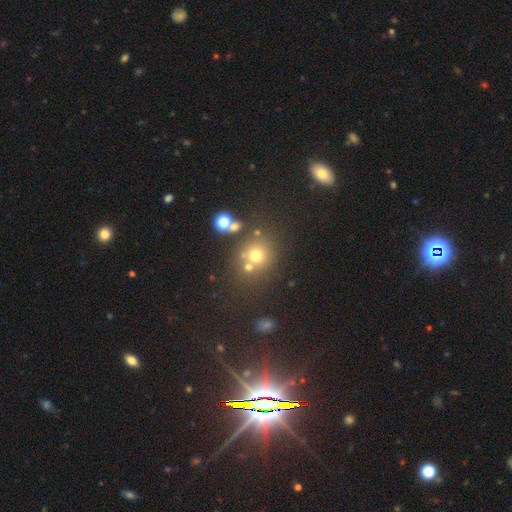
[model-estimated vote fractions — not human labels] A smooth galaxy with no disk features (66%) that is round (85%). Merging: none (65%).